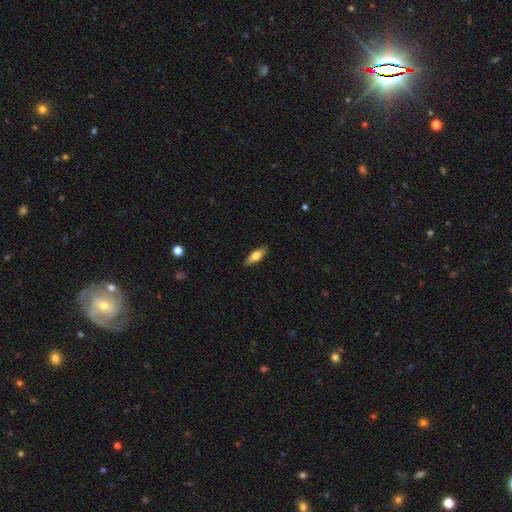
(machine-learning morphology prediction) Smooth or featured? Predicted: smooth (p=0.66). How rounded? Predicted: in between (p=0.60). Merging? Predicted: none (p=0.88).